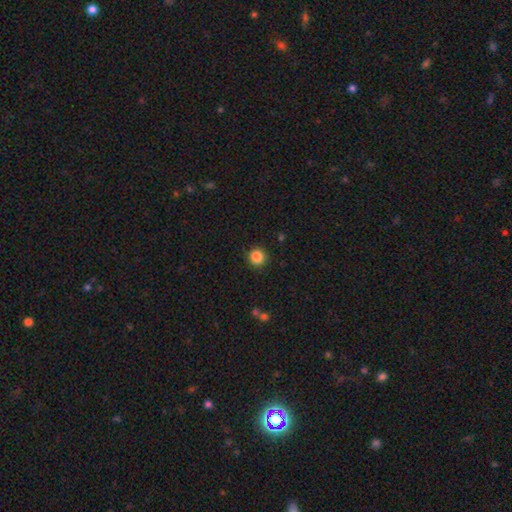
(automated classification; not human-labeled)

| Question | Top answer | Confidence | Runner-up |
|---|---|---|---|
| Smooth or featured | smooth | 86% | star or artifact (11%) |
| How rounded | round | 94% | in between (5%) |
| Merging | none | 91% | minor disturbance (6%) |